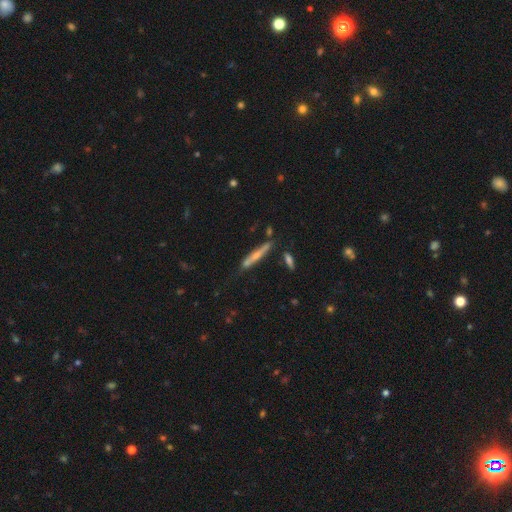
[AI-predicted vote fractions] smooth_or_featured: smooth (p=0.47) [alt: featured or disk p=0.46]
merging: none (p=0.75) [alt: minor disturbance p=0.16]